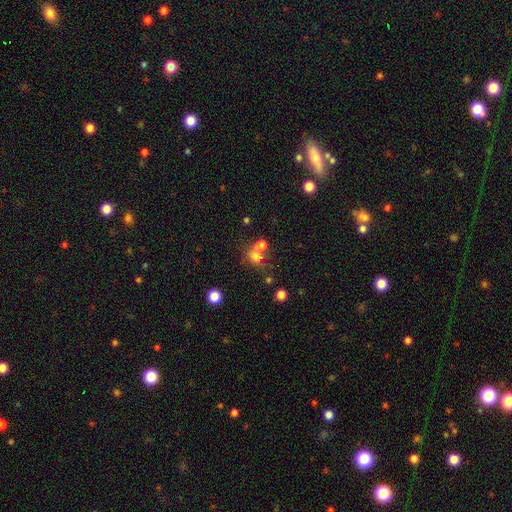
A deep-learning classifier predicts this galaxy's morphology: This appears to be a smooth galaxy with no disk features (63%) that is round (67%). Merging: merger (48%).